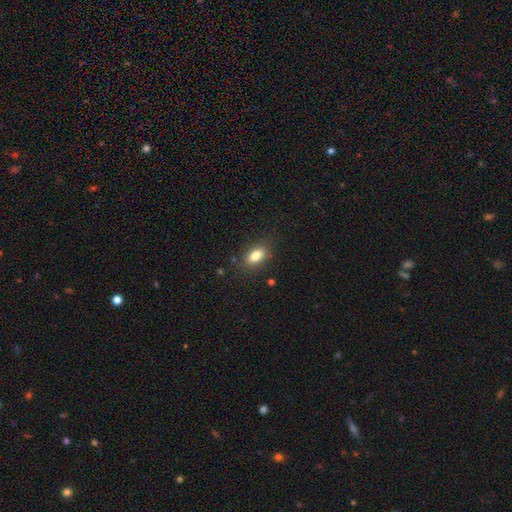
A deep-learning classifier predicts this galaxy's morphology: smooth-or-featured: smooth: 79% | featured or disk: 12% | star or artifact: 9%
  how-rounded: in between: 85% | round: 8% | cigar-shaped: 7%
  merging: none: 84% | minor disturbance: 12% | major disturbance: 3% | merger: 2%